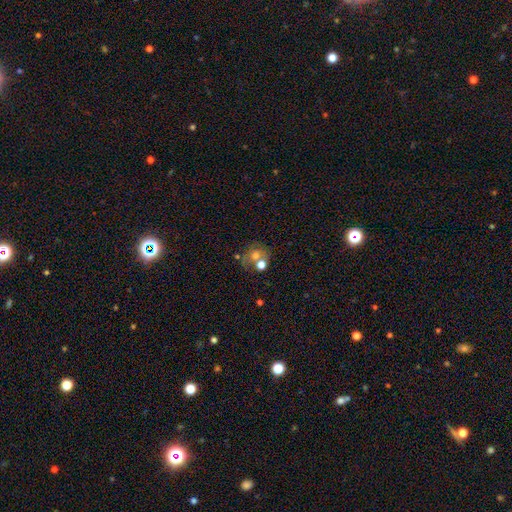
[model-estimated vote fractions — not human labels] Smooth or featured? smooth (56%)
How rounded? round (76%)
Merging? none (48%)